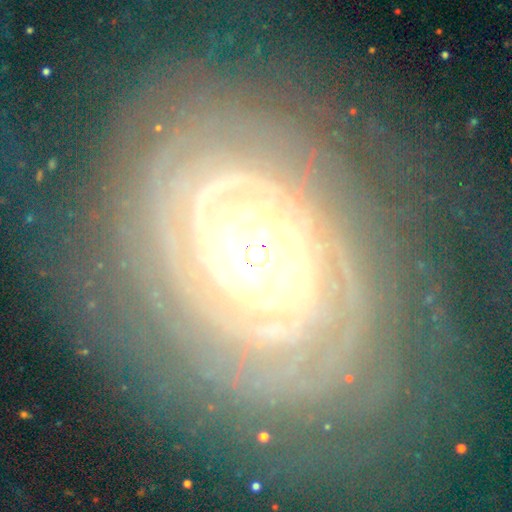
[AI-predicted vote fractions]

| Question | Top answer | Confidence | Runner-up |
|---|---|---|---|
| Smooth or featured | featured or disk | 88% | smooth (6%) |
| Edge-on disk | no | 96% | yes (4%) |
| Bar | no | 78% | weak (12%) |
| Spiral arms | yes | 96% | no (4%) |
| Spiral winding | tight | 88% | medium (10%) |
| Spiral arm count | can't tell | 27% | 2 (19%) |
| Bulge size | moderate | 53% | large (32%) |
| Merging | none | 78% | minor disturbance (14%) |